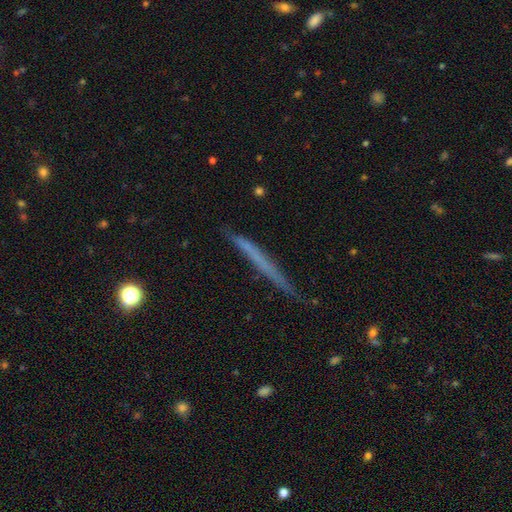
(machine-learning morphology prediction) Q: Smooth or featured?
A: smooth (47%); runner-up: featured or disk (46%)
Q: Merging?
A: none (82%); runner-up: minor disturbance (14%)